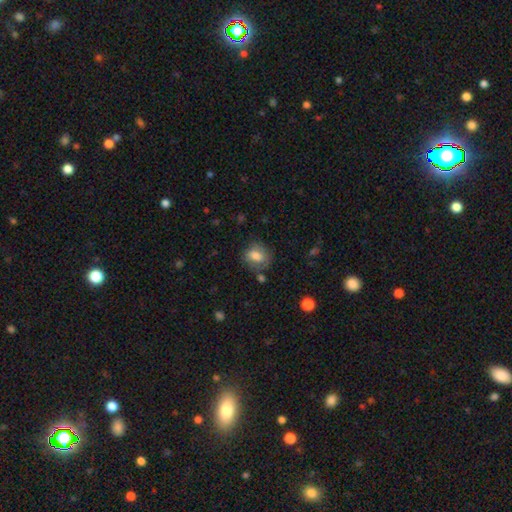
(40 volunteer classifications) Volunteers were most divided on "how rounded": round: 52%, in between: 45%, cigar-shaped: 3%. More confident: smooth or featured — smooth (78%); merging — none (69%).